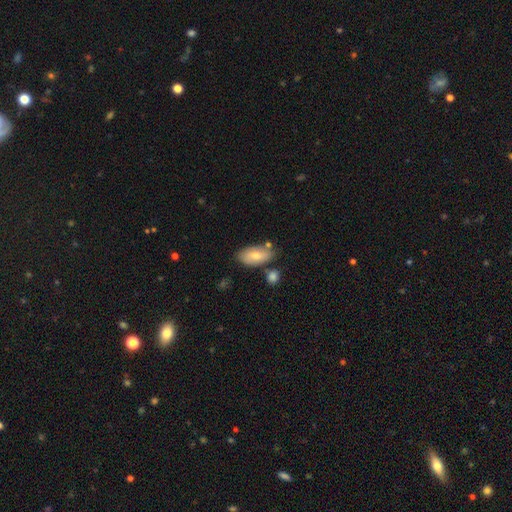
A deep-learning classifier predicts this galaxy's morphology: smooth-or-featured: smooth: 73% | featured or disk: 21% | star or artifact: 6%
  how-rounded: in between: 92% | cigar-shaped: 5% | round: 3%
  merging: none: 70% | minor disturbance: 17% | merger: 10% | major disturbance: 4%